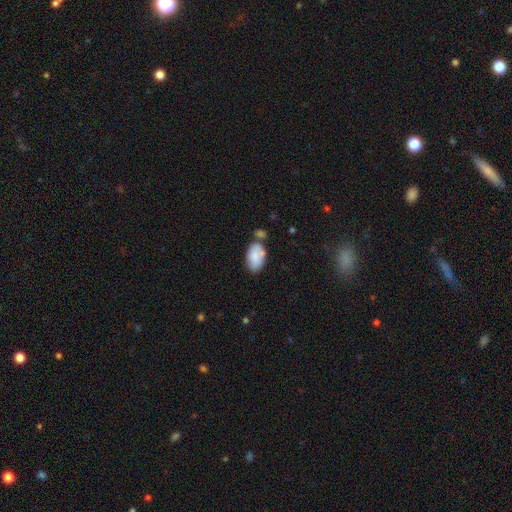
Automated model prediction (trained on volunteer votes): Smooth or featured: smooth — 79% (featured or disk — 14%)
How rounded: in between — 93% (round — 6%)
Merging: none — 50% (minor disturbance — 22%)